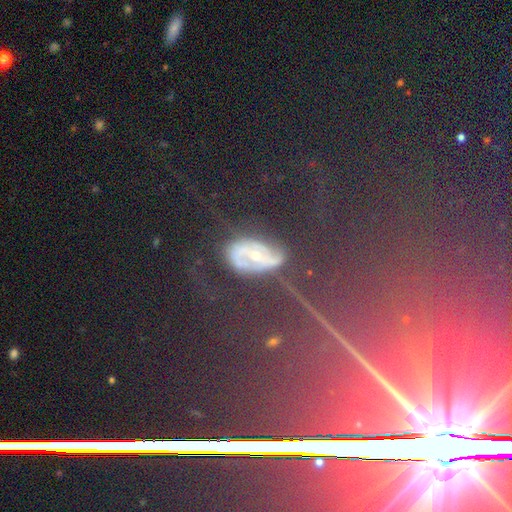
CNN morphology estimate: Q: Smooth or featured?
A: featured or disk (39%); runner-up: star or artifact (38%)
Q: Merging?
A: none (66%); runner-up: minor disturbance (18%)